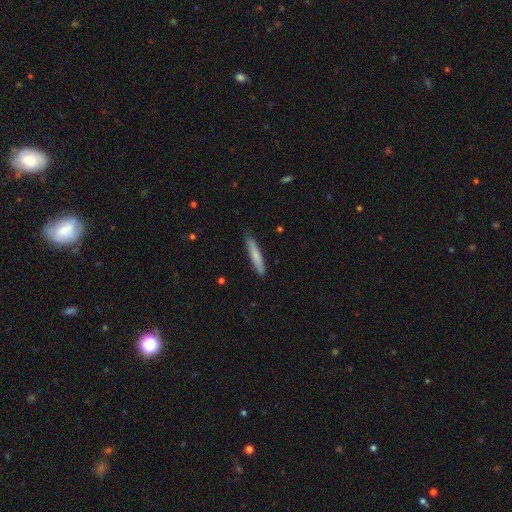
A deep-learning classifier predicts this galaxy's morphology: A smooth galaxy with no disk features (75%) that is cigar-shaped (92%).

Vote fractions:
- Smooth or featured? smooth: 75% / featured or disk: 19% / star or artifact: 6%
- How rounded? cigar-shaped: 92% / in between: 7% / round: 1%
- Merging? none: 87% / minor disturbance: 10% / major disturbance: 2% / merger: 1%